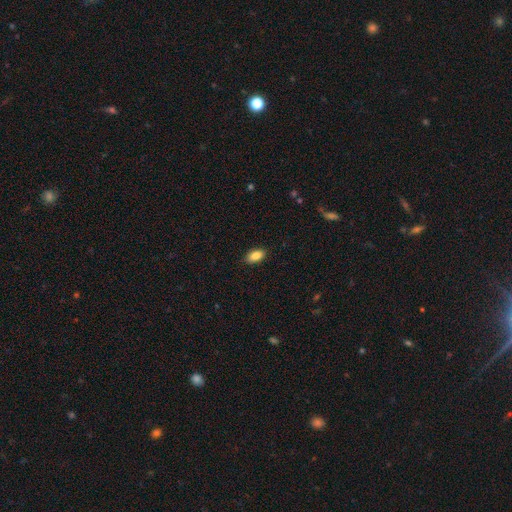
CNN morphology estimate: Smooth or featured?
  - smooth: 87% *
  - star or artifact: 8%
  - featured or disk: 6%
How rounded?
  - in between: 92% *
  - round: 6%
  - cigar-shaped: 3%
Merging?
  - none: 89% *
  - minor disturbance: 8%
  - major disturbance: 2%
  - merger: 1%